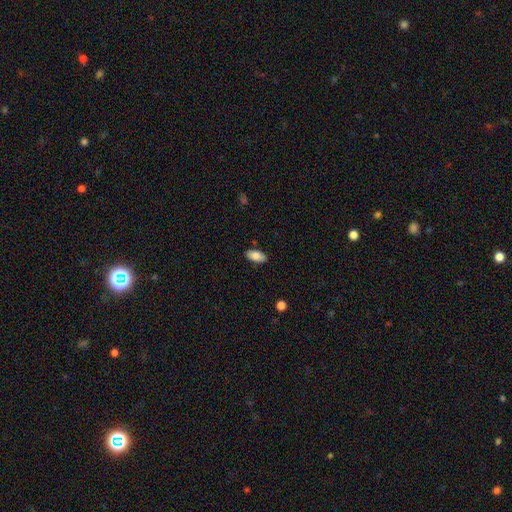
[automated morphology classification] smooth 81%, featured or disk 12%, star or artifact 7%. Down the decision tree: how rounded — in between (92%); merging — none (87%).